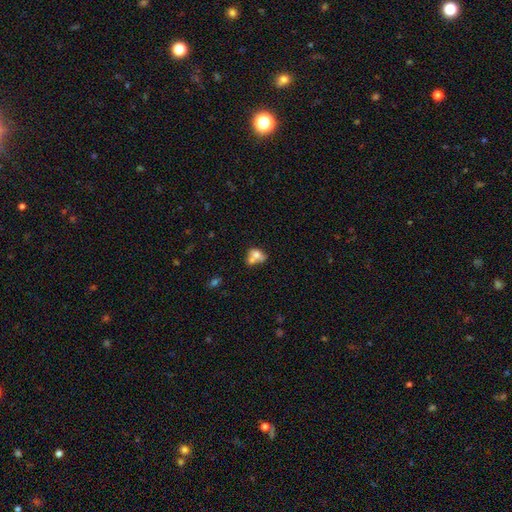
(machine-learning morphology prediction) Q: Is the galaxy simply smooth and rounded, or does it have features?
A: smooth — 67%.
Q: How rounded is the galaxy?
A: in between — 62%.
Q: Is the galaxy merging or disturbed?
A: merger — 59%.